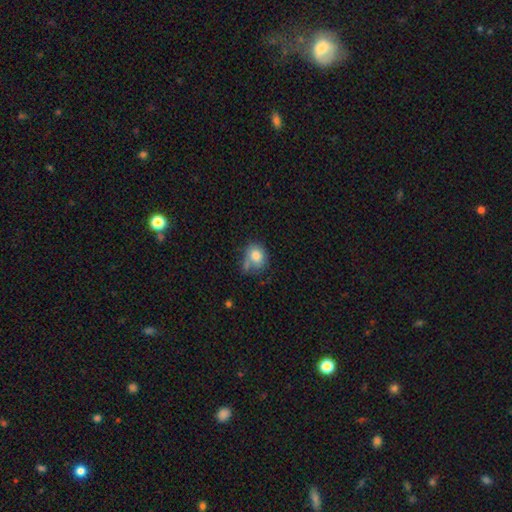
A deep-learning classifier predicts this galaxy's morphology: smooth-or-featured: smooth: 81% | featured or disk: 11% | star or artifact: 9%
  how-rounded: round: 54% | in between: 45% | cigar-shaped: 1%
  merging: none: 50% | minor disturbance: 25% | merger: 15% | major disturbance: 10%